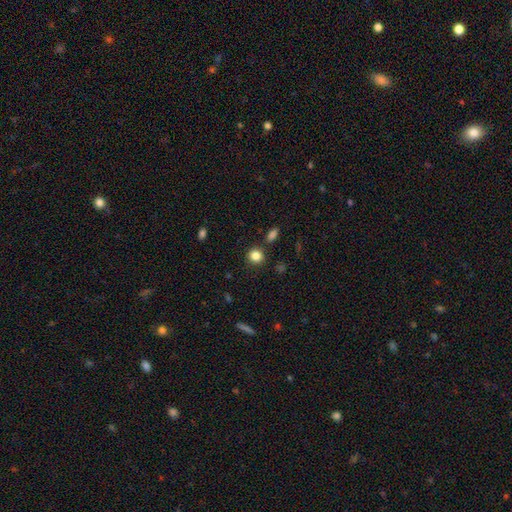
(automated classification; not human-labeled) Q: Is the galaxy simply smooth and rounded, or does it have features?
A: smooth — 84%.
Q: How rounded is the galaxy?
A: round — 85%.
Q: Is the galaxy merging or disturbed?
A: none — 85%.